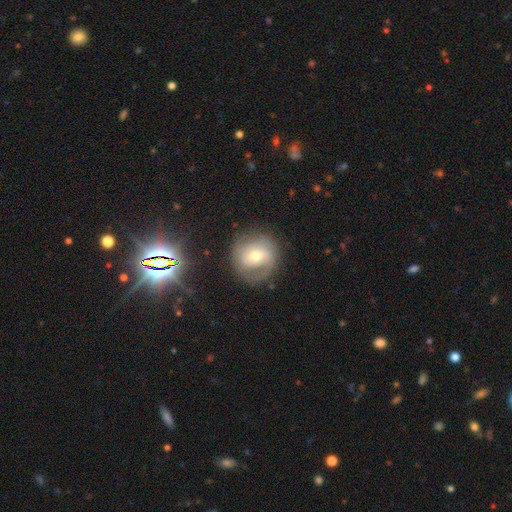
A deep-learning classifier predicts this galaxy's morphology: Smooth or featured?
  - featured or disk: 55% *
  - smooth: 35%
  - star or artifact: 10%
Edge-on disk?
  - no: 96% *
  - yes: 4%
Bar?
  - no: 41% *
  - weak: 39%
  - strong: 20%
Spiral arms?
  - yes: 72% *
  - no: 28%
Bulge size?
  - moderate: 61% *
  - small: 32%
  - large: 5%
  - dominant: 1%
  - none: 1%
Merging?
  - none: 72% *
  - minor disturbance: 17%
  - major disturbance: 9%
  - merger: 2%